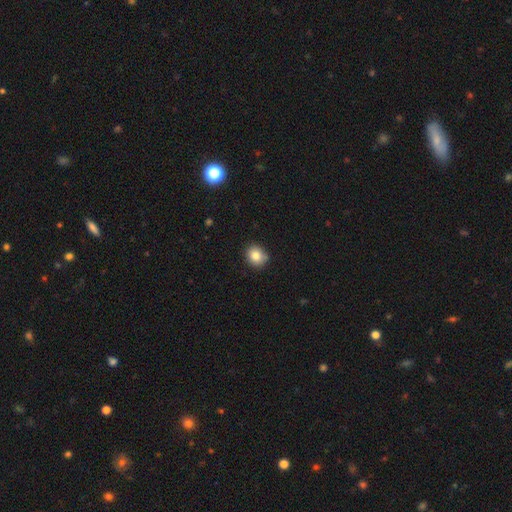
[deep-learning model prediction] smooth 82%, star or artifact 10%, featured or disk 7%. Down the decision tree: how rounded — round (74%); merging — none (79%).